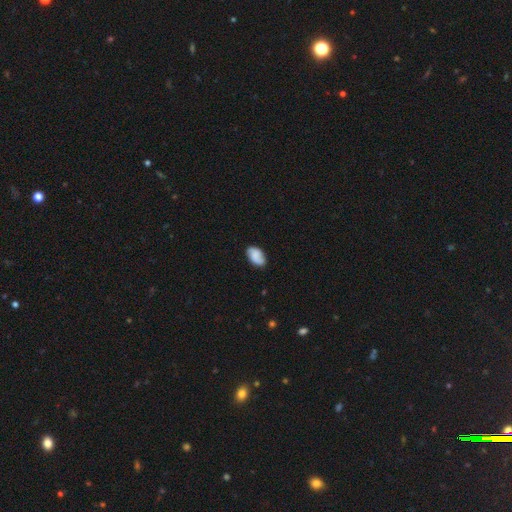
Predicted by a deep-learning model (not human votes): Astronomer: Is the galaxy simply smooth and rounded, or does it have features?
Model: smooth — 61%.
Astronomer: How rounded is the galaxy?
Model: in between — 91%.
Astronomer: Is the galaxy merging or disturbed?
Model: none — 79%.